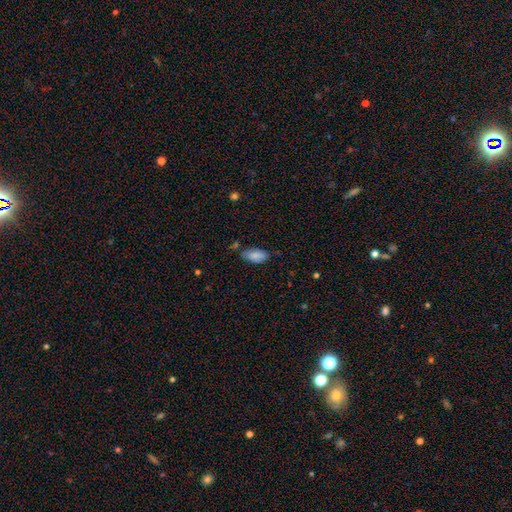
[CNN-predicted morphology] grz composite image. It shows a smooth galaxy with no disk features (82%) that is in between round and cigar-shaped (91%). Merging: none (64%).